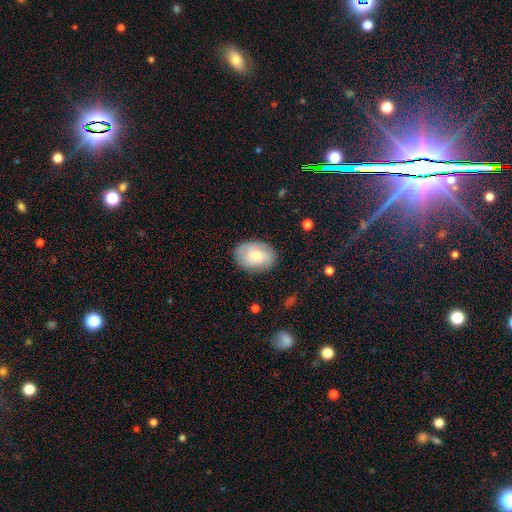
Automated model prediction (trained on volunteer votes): A smooth galaxy with no disk features (67%) that is in between round and cigar-shaped (77%).

Vote fractions:
- Smooth or featured? smooth: 67% / featured or disk: 26% / star or artifact: 7%
- How rounded? in between: 77% / round: 21% / cigar-shaped: 1%
- Merging? none: 81% / minor disturbance: 14% / major disturbance: 4% / merger: 1%